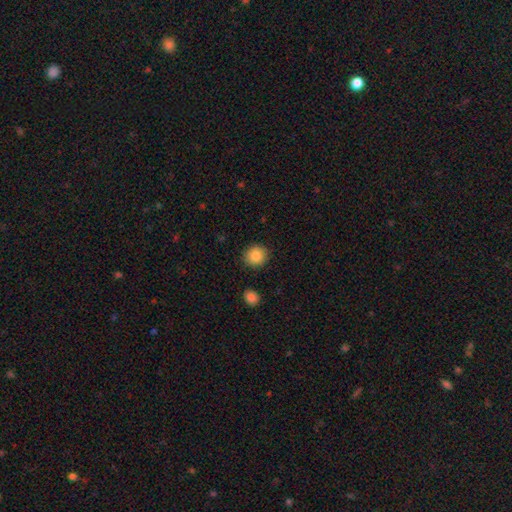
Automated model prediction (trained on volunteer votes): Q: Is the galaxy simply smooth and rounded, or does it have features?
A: smooth — 85%.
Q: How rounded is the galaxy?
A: round — 85%.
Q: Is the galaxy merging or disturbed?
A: none — 89%.